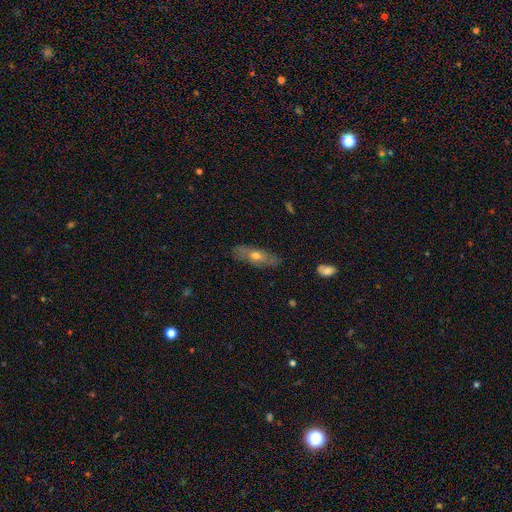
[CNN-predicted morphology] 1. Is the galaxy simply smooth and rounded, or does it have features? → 47% featured or disk, 43% smooth, 10% star or artifact.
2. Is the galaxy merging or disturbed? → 84% none, 12% minor disturbance, 2% major disturbance, 1% merger.